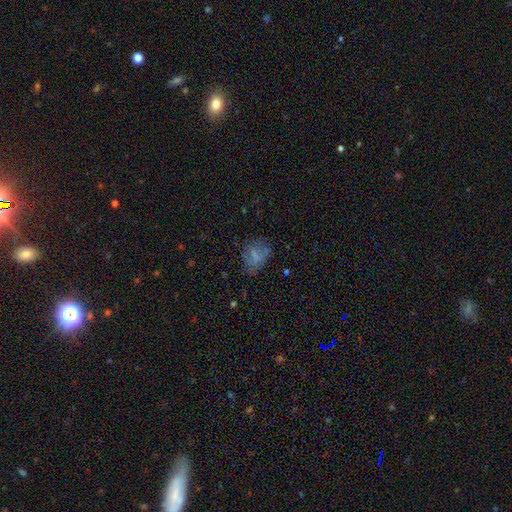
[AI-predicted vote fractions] smooth 55%, featured or disk 28%, star or artifact 17%. Down the decision tree: how rounded — in between (64%); merging — none (57%).